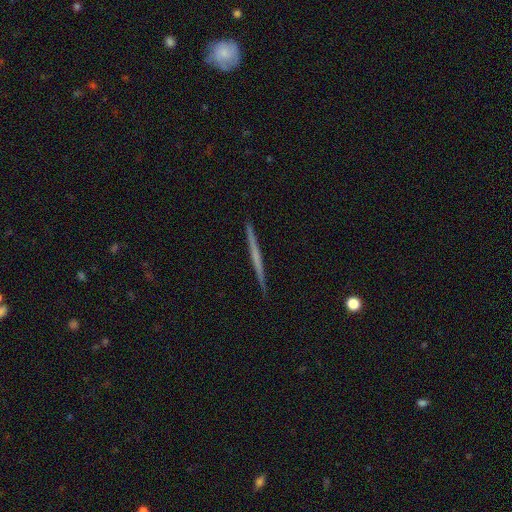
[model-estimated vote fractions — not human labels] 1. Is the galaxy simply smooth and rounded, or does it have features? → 59% featured or disk, 36% smooth, 6% star or artifact.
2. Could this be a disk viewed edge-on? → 98% yes, 2% no.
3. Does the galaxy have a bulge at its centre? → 86% none, 10% rounded, 4% boxy.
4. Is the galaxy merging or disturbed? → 93% none, 5% minor disturbance, 1% major disturbance, 1% merger.